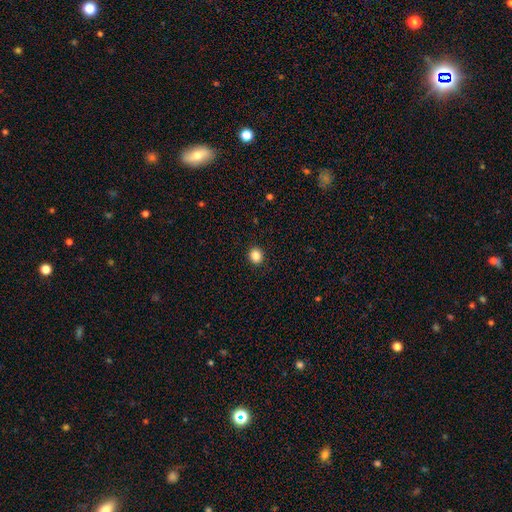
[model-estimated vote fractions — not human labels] This appears to be a smooth galaxy with no disk features (86%) that is round (75%). Merging: none (92%).